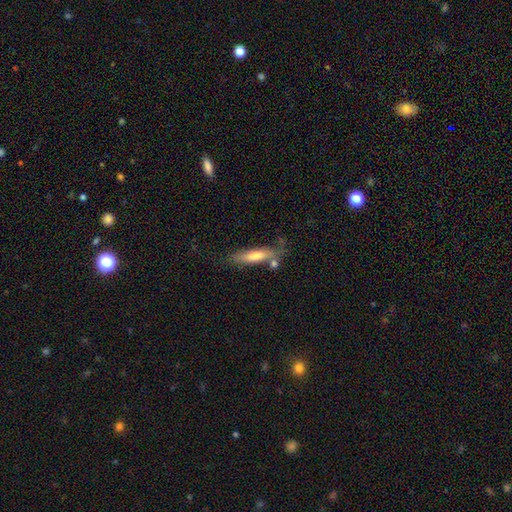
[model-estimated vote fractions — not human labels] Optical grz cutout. It shows a smooth galaxy with no disk features (55%) that is cigar-shaped (76%). Merging: none (56%).